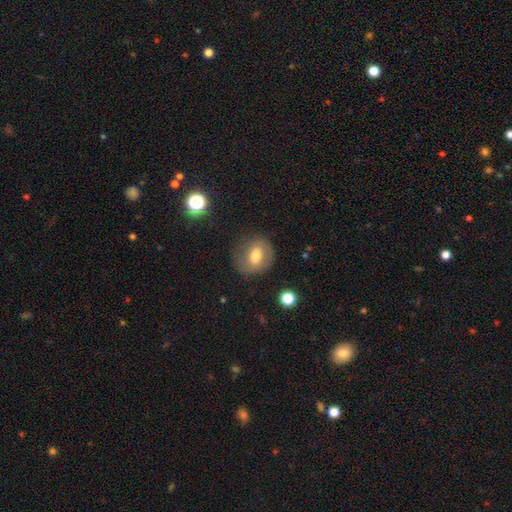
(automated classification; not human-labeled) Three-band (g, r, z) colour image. It shows a smooth galaxy with no disk features (62%) that is round (56%). Merging: none (73%).